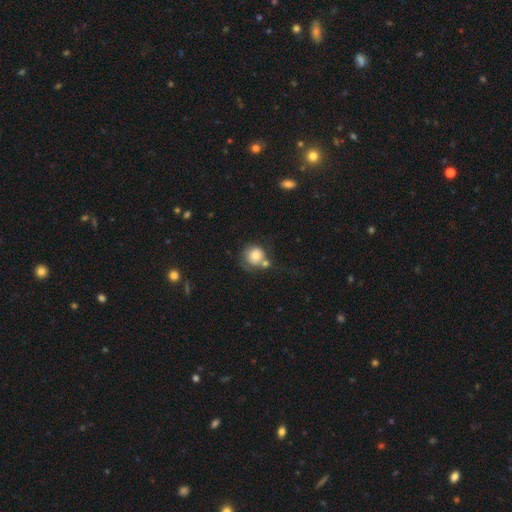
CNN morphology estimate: Smooth or featured?
  - smooth: 77% *
  - featured or disk: 15%
  - star or artifact: 8%
How rounded?
  - round: 88% *
  - in between: 11%
  - cigar-shaped: 1%
Merging?
  - none: 45% *
  - merger: 27%
  - minor disturbance: 18%
  - major disturbance: 10%